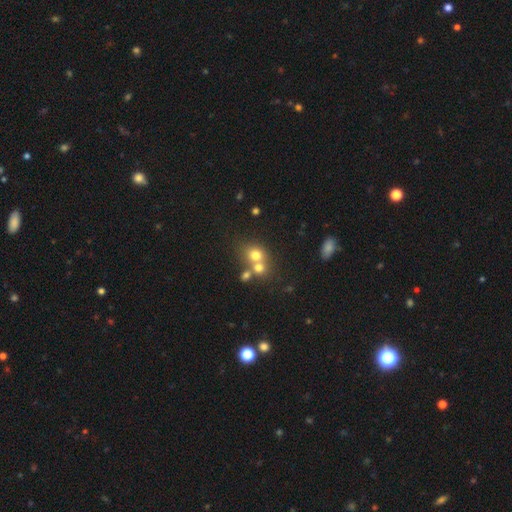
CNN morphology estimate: Smooth or featured: smooth — 70% (featured or disk — 15%)
How rounded: round — 73% (in between — 26%)
Merging: merger — 52% (none — 37%)